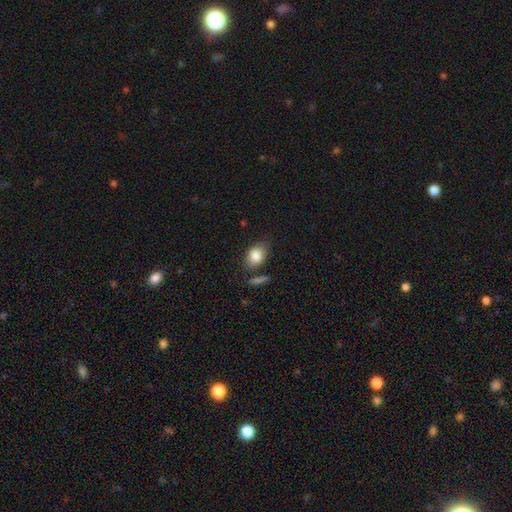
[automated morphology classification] Overall: smooth (84%). How rounded: in between (73%). Merging: none (71%).